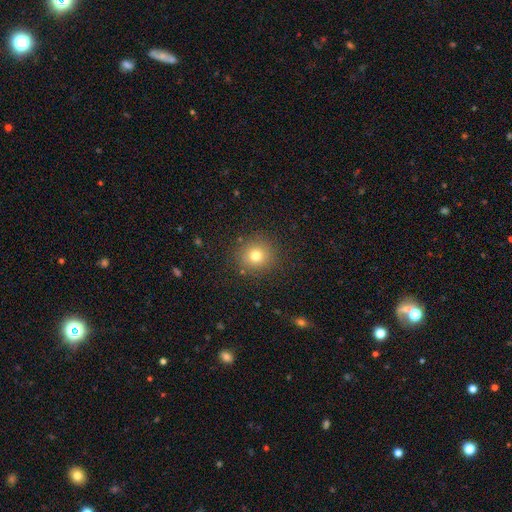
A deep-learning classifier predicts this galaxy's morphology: This appears to be a smooth galaxy with no disk features (76%) that is round (91%). Merging: none (88%).